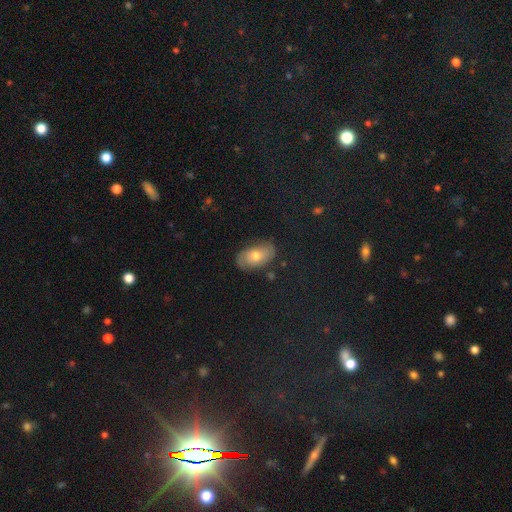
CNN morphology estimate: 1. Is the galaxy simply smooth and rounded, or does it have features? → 60% smooth, 29% featured or disk, 10% star or artifact.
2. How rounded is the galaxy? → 91% in between, 7% round, 2% cigar-shaped.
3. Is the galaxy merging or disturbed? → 78% none, 16% minor disturbance, 4% major disturbance, 2% merger.